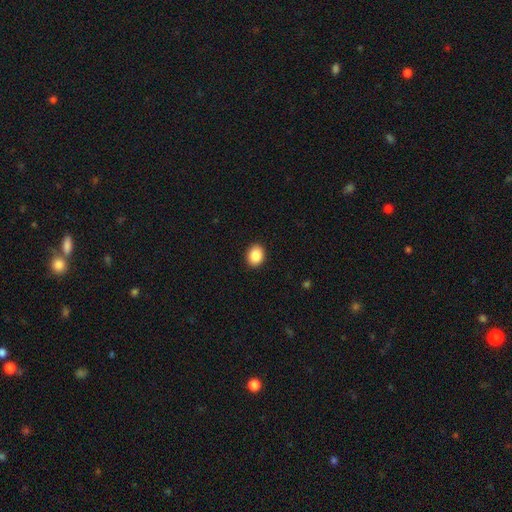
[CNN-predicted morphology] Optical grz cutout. It shows a smooth galaxy with no disk features (87%) that is in between round and cigar-shaped (54%). Merging: none (91%).